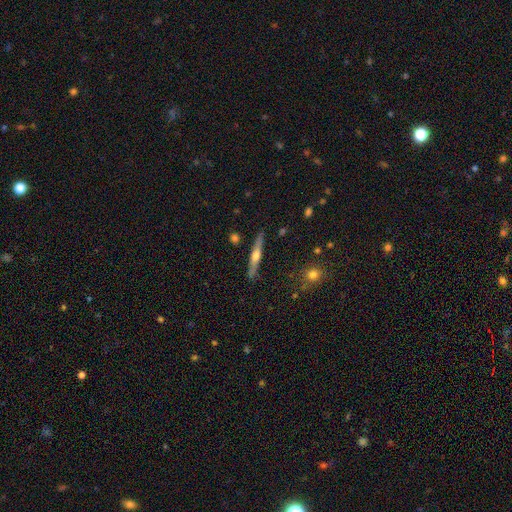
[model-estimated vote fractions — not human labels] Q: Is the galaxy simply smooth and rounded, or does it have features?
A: featured or disk — 60%.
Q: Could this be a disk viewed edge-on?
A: yes — 96%.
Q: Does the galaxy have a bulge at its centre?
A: rounded — 85%.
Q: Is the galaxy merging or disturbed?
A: none — 87%.